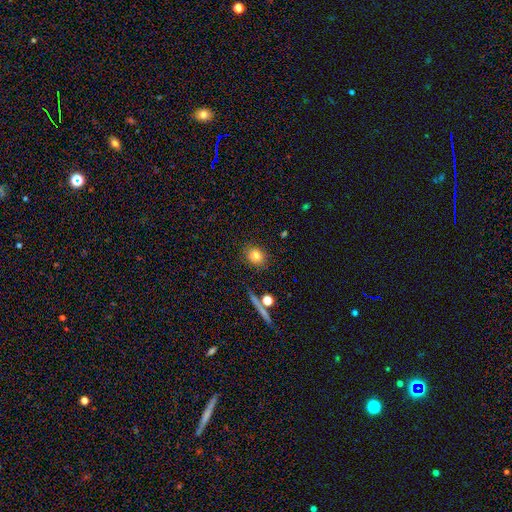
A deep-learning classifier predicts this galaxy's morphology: Smooth or featured? smooth (79%)
How rounded? round (74%)
Merging? none (85%)